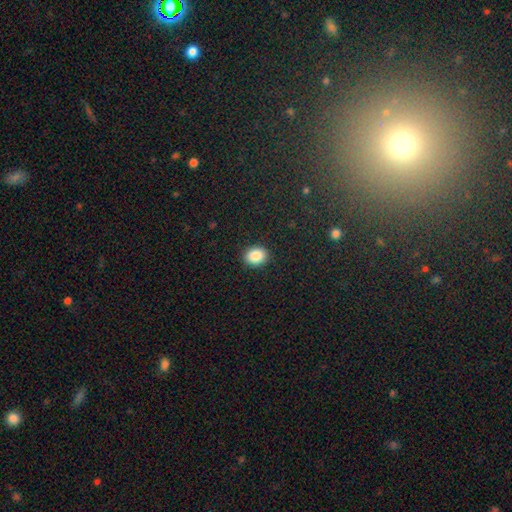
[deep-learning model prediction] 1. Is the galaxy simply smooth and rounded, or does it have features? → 87% smooth, 8% star or artifact, 4% featured or disk.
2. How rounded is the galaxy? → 50% in between, 49% round, 1% cigar-shaped.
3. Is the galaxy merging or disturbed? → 90% none, 7% minor disturbance, 2% major disturbance, 1% merger.